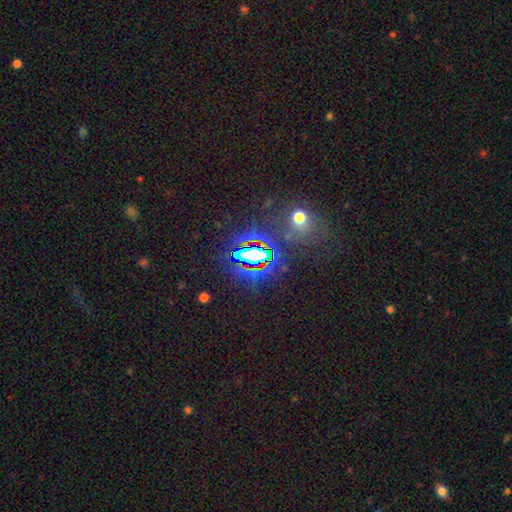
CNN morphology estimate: A star or artifact, not a galaxy (73%).